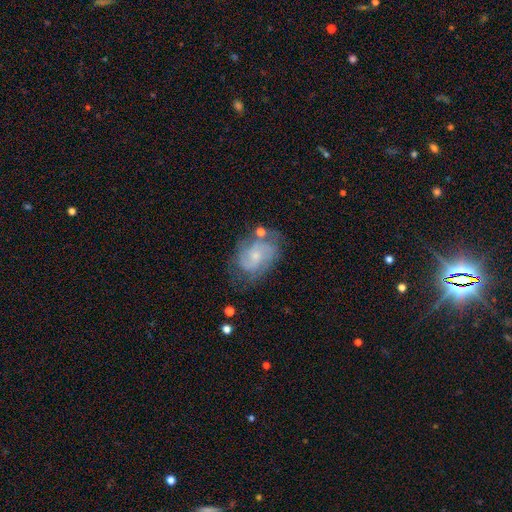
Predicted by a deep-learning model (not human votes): featured or disk 69%, smooth 23%, star or artifact 8%. Down the decision tree: edge-on disk — no (97%); bar — no (69%); spiral arms — yes (87%); spiral arm count — 2 (50%); spiral winding — medium (43%); bulge size — small (66%); merging — none (59%).